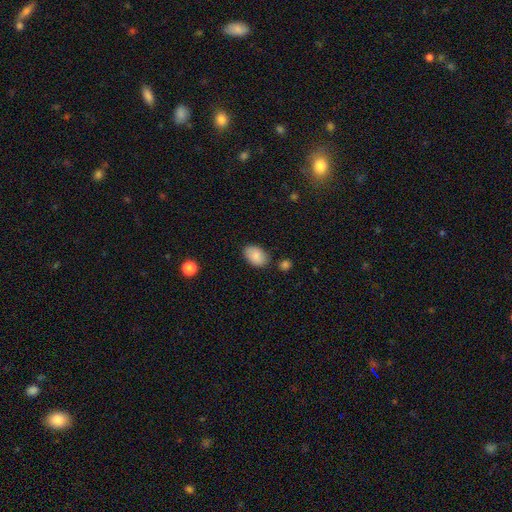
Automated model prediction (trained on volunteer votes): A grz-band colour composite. It shows a smooth galaxy with no disk features (88%) that is in between round and cigar-shaped (88%). Merging: none (79%).